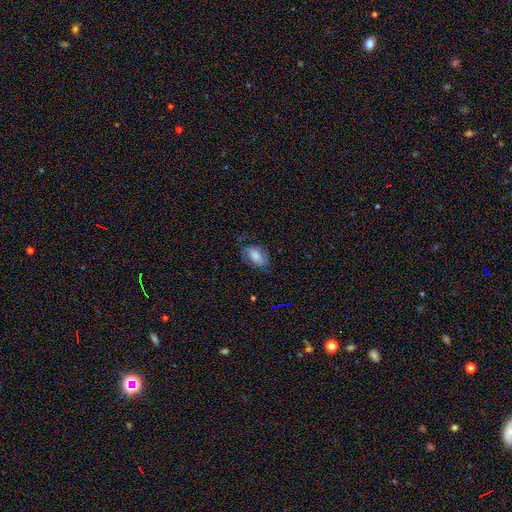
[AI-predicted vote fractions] smooth-or-featured: smooth: 53% | featured or disk: 37% | star or artifact: 10%
  how-rounded: in between: 89% | round: 7% | cigar-shaped: 4%
  merging: none: 61% | minor disturbance: 25% | major disturbance: 12% | merger: 2%